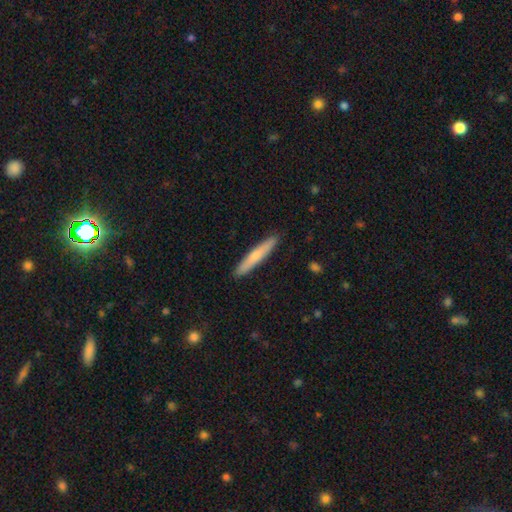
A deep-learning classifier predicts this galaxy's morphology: Smooth or featured? smooth (61%)
How rounded? cigar-shaped (94%)
Merging? none (91%)